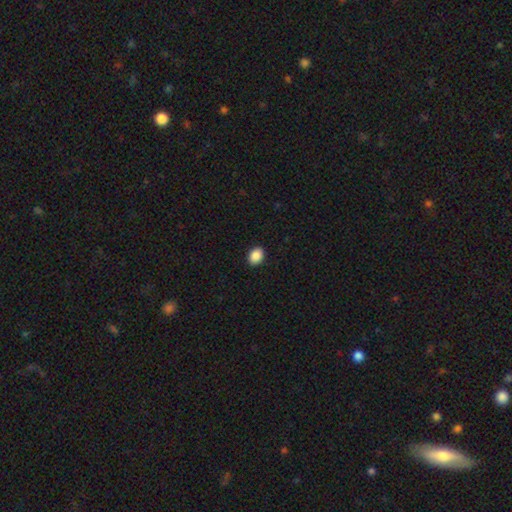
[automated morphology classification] Smooth or featured?
  - smooth: 89% *
  - star or artifact: 8%
  - featured or disk: 3%
How rounded?
  - in between: 69% *
  - round: 30%
  - cigar-shaped: 1%
Merging?
  - none: 92% *
  - minor disturbance: 6%
  - major disturbance: 2%
  - merger: 1%